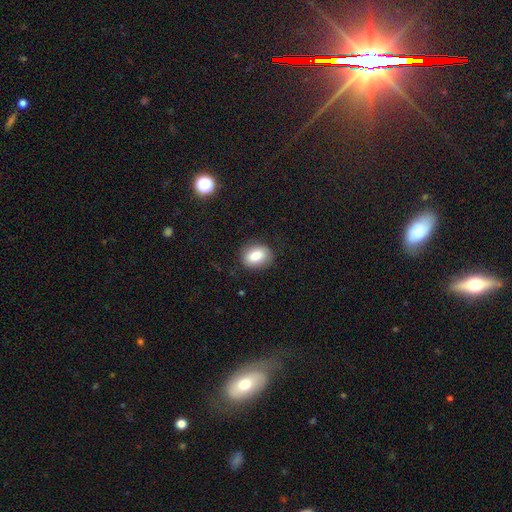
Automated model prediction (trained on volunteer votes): A smooth galaxy with no disk features (83%) that is in between round and cigar-shaped (64%).

Vote fractions:
- Smooth or featured? smooth: 83% / featured or disk: 9% / star or artifact: 8%
- How rounded? in between: 64% / round: 34% / cigar-shaped: 1%
- Merging? none: 84% / minor disturbance: 12% / major disturbance: 3% / merger: 1%